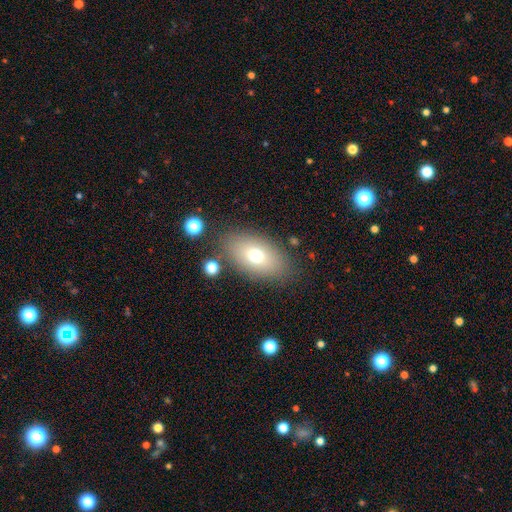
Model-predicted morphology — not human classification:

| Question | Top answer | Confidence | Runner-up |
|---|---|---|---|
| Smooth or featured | smooth | 71% | featured or disk (17%) |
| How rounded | in between | 88% | round (10%) |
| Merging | none | 80% | minor disturbance (11%) |